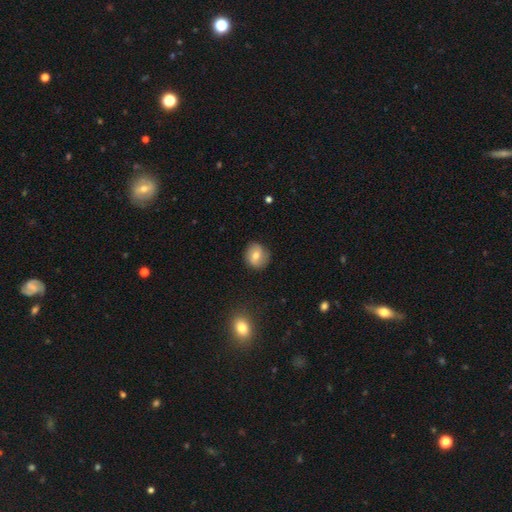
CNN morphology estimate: smooth-or-featured: smooth: 59% | featured or disk: 32% | star or artifact: 9%
  how-rounded: round: 82% | in between: 17% | cigar-shaped: 1%
  merging: none: 81% | minor disturbance: 14% | major disturbance: 3% | merger: 1%